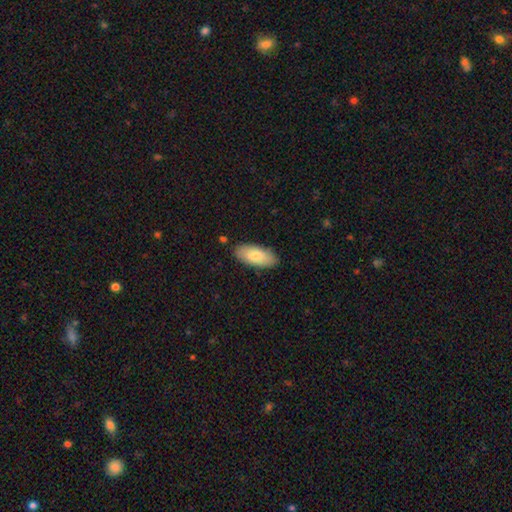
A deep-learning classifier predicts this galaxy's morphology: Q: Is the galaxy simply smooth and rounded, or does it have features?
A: smooth — 79%.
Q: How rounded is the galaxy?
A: in between — 87%.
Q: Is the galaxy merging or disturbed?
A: none — 86%.